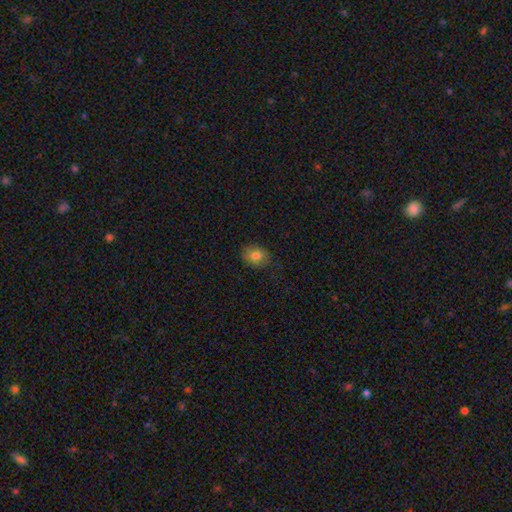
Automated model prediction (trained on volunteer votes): Morphology: type=smooth (79%); roundness=in between (54%); merging=none (82%).